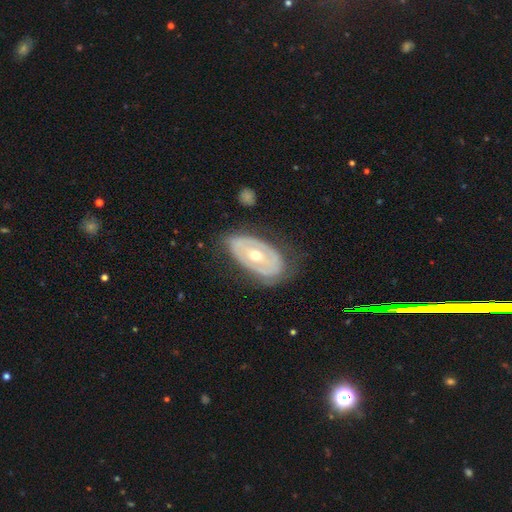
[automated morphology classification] Smooth or featured? Predicted: featured or disk (p=0.69). Edge-on disk? Predicted: no (p=0.91). Bar? Predicted: no (p=0.72). Spiral arms? Predicted: no (p=0.66). Bulge size? Predicted: moderate (p=0.69). Merging? Predicted: none (p=0.69).